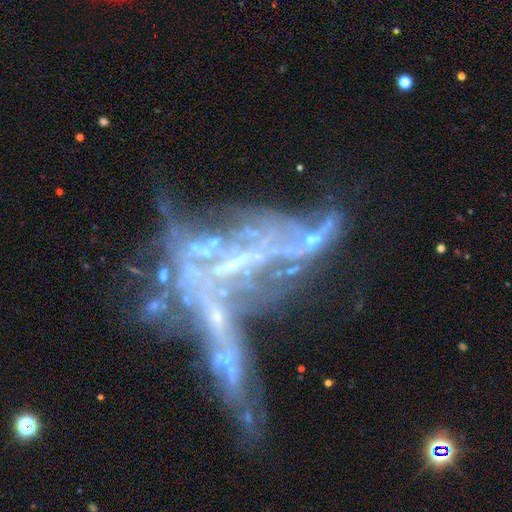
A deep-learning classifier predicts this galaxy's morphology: Smooth or featured? Predicted: featured or disk (p=0.62). Edge-on disk? Predicted: no (p=0.90). Bar? Predicted: no (p=0.54). Spiral arms? Predicted: no (p=0.60). Bulge size? Predicted: none (p=0.52). Merging? Predicted: none (p=0.32).